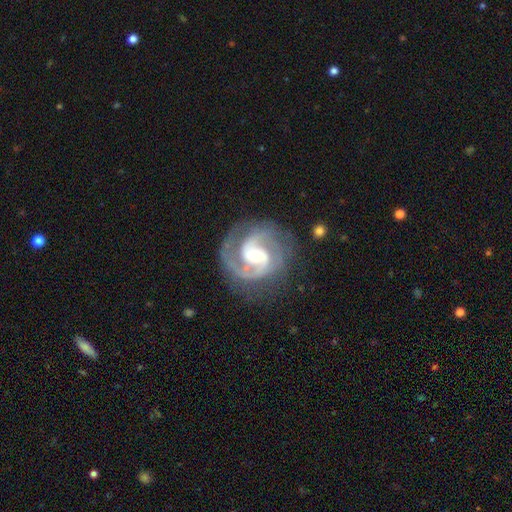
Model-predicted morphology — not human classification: type=featured or disk (92%); edge-on=no (98%); bar=weak (48%); spiral arms=yes (98%); winding=medium (50%); arm count=2 (72%); bulge=moderate (55%); merging=none (77%).